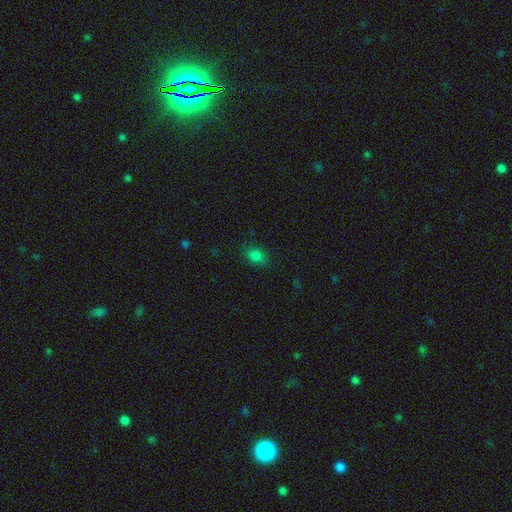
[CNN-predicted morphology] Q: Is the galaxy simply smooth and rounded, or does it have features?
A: smooth — 81%.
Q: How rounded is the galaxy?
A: in between — 75%.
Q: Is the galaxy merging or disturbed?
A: none — 81%.